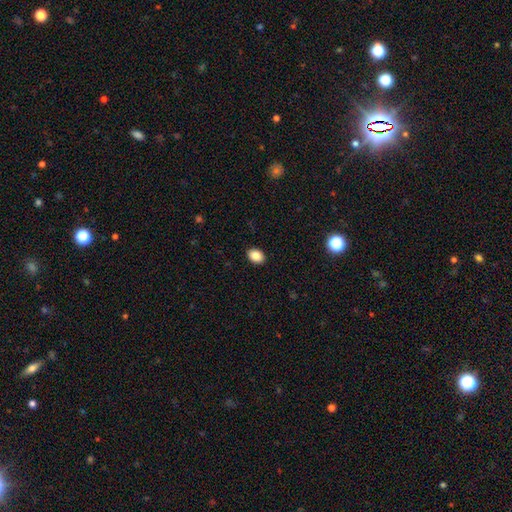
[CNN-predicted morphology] This is clearly a smooth galaxy (85%). How rounded: likely in between (76%). Merging: clearly none (91%).